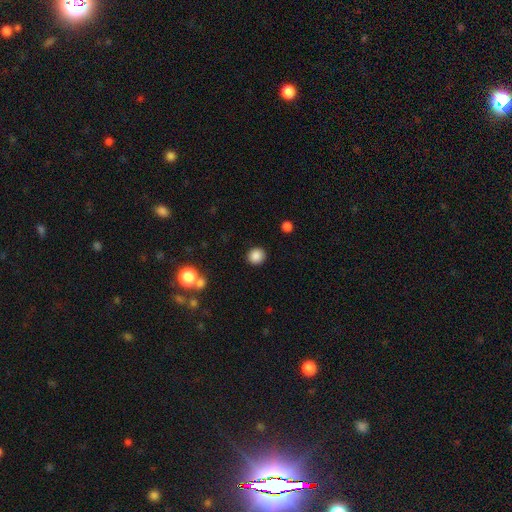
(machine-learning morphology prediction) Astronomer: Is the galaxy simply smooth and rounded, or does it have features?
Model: smooth — 87%.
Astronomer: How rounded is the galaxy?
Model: round — 87%.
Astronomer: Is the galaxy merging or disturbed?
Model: none — 90%.